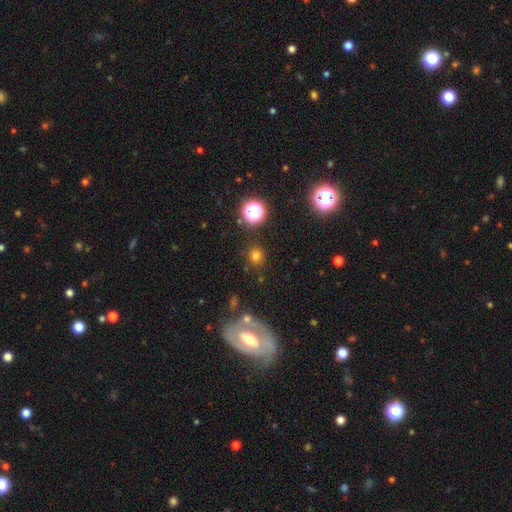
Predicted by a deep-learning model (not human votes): Smooth or featured? Predicted: smooth (p=0.72). How rounded? Predicted: round (p=0.85). Merging? Predicted: none (p=0.84).